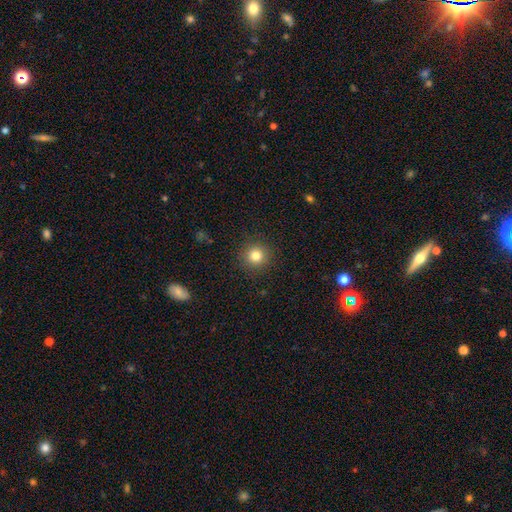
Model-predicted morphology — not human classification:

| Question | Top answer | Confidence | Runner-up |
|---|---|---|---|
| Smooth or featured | smooth | 81% | star or artifact (12%) |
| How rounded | round | 94% | in between (5%) |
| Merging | none | 91% | minor disturbance (6%) |